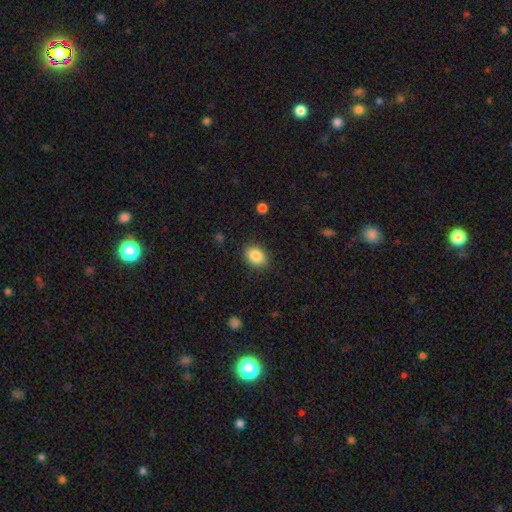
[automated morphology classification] smooth 87%, star or artifact 8%, featured or disk 5%. Down the decision tree: how rounded — in between (64%); merging — none (87%).